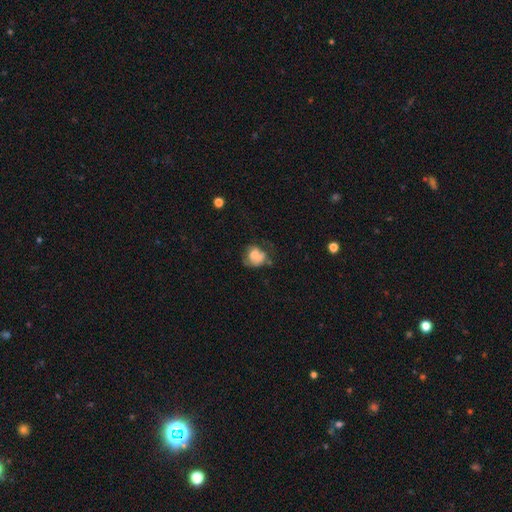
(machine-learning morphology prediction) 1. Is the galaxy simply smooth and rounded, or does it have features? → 56% smooth, 33% featured or disk, 11% star or artifact.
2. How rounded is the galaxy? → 59% round, 40% in between, 1% cigar-shaped.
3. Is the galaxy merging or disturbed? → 31% none, 25% merger, 23% minor disturbance, 21% major disturbance.